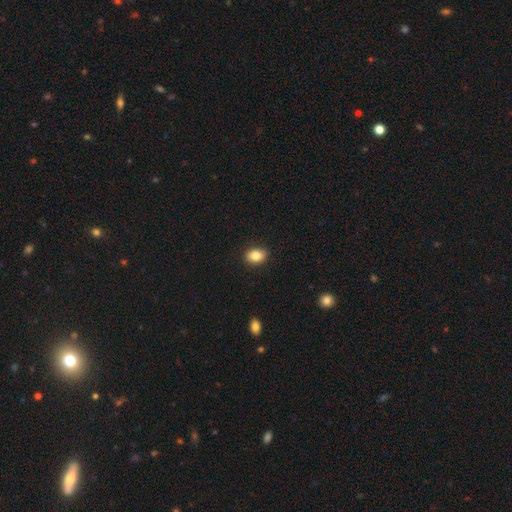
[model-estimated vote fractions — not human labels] smooth-or-featured: smooth: 84% | star or artifact: 9% | featured or disk: 8%
  how-rounded: in between: 69% | round: 29% | cigar-shaped: 1%
  merging: none: 88% | minor disturbance: 9% | major disturbance: 2% | merger: 1%